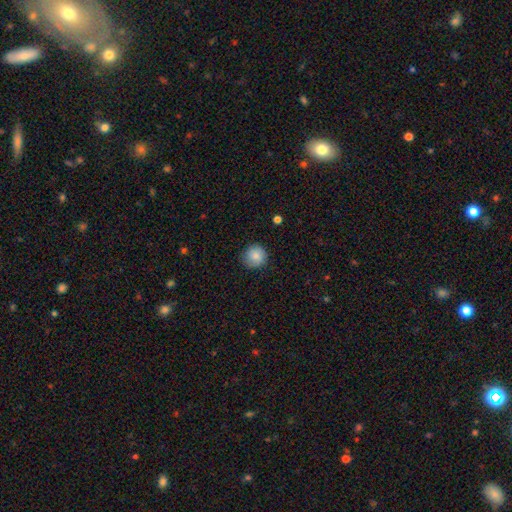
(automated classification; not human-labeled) A smooth galaxy with no disk features (83%) that is round (93%).

Vote fractions:
- Smooth or featured? smooth: 83% / featured or disk: 9% / star or artifact: 8%
- How rounded? round: 93% / in between: 6% / cigar-shaped: 1%
- Merging? none: 85% / minor disturbance: 12% / major disturbance: 2% / merger: 1%